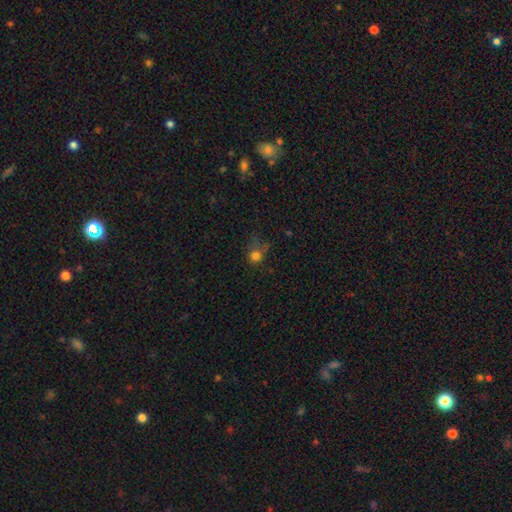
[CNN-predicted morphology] smooth-or-featured: smooth: 71% | star or artifact: 19% | featured or disk: 10%
  how-rounded: round: 83% | in between: 16% | cigar-shaped: 1%
  merging: none: 51% | minor disturbance: 22% | major disturbance: 21% | merger: 6%